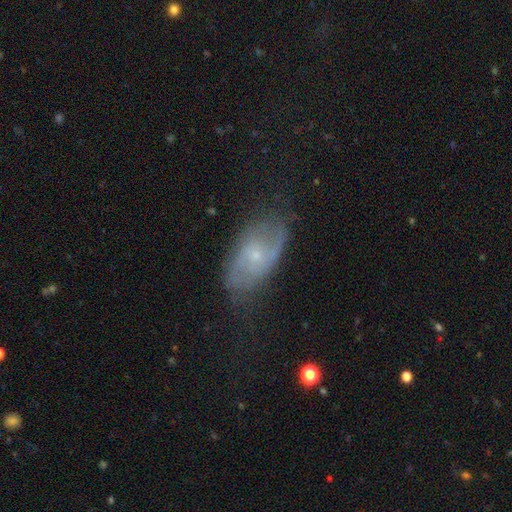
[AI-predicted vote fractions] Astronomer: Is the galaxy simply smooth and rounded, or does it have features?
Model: featured or disk — 69%.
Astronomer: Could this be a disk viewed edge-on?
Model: no — 94%.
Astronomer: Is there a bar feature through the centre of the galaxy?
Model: no — 68%.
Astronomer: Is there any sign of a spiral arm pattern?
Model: yes — 83%.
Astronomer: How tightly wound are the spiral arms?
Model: medium — 43% (runner-up: loose, 30%).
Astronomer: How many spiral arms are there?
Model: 2 — 66%.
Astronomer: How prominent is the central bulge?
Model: small — 76%.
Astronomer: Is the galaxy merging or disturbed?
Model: none — 64%.